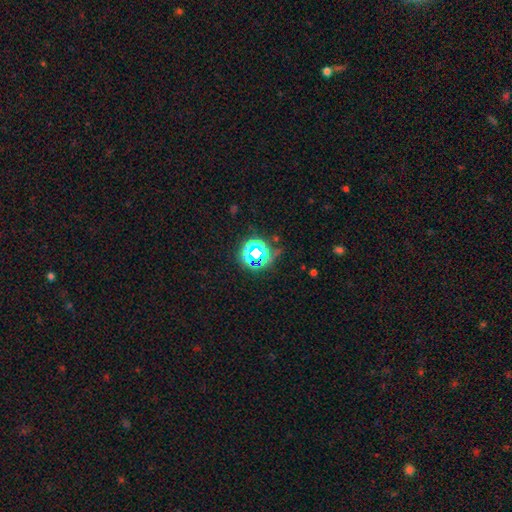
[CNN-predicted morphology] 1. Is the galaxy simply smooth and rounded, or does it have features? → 67% star or artifact, 23% smooth, 10% featured or disk.